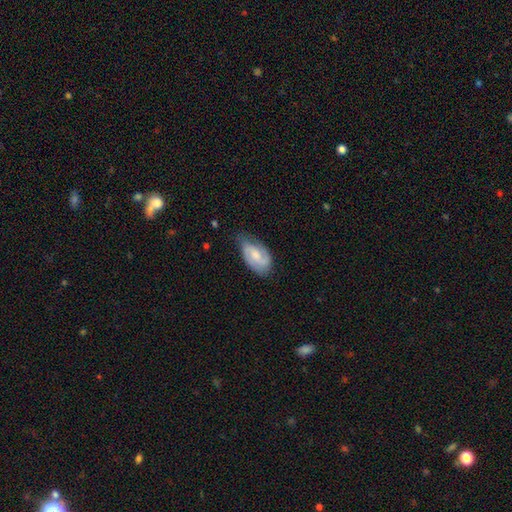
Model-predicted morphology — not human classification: A featured or disk galaxy (56%) with no bar (49%), spiral arms (88%) and a moderate central bulge (46%). Merging: none (58%).